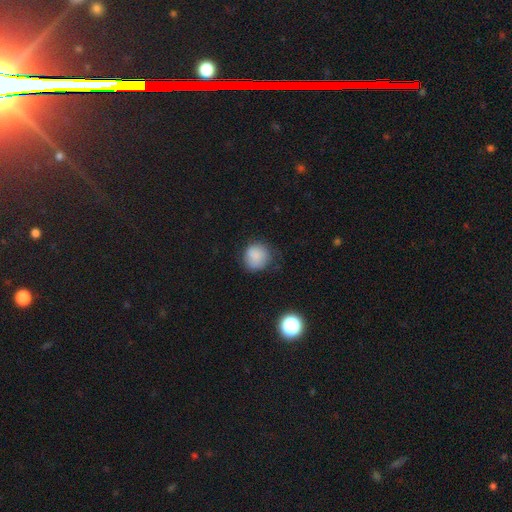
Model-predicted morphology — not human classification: A smooth galaxy with no disk features (83%) that is round (87%).

Vote fractions:
- Smooth or featured? smooth: 83% / star or artifact: 10% / featured or disk: 7%
- How rounded? round: 87% / in between: 12% / cigar-shaped: 1%
- Merging? none: 69% / minor disturbance: 23% / major disturbance: 7% / merger: 2%